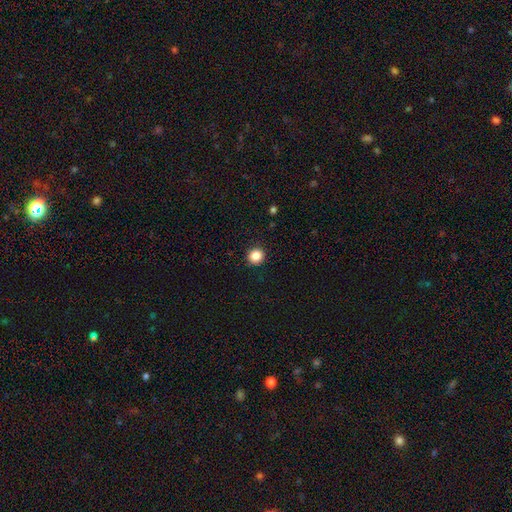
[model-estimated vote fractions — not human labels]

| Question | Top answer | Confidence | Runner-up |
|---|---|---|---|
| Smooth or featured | smooth | 86% | star or artifact (11%) |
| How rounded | round | 93% | in between (6%) |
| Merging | none | 92% | minor disturbance (5%) |